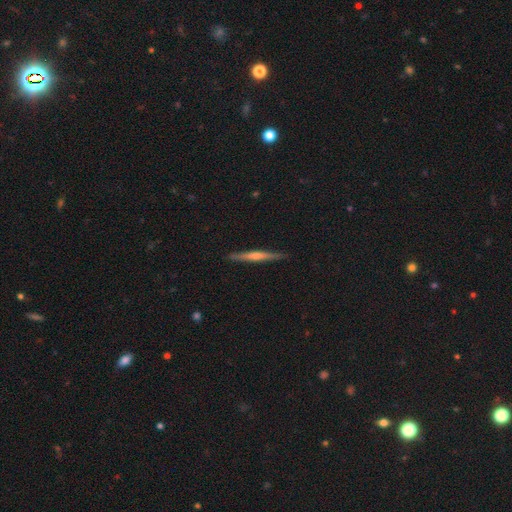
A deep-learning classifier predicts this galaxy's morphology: A featured or disk galaxy (71%) viewed edge-on (98%) with a rounded central bulge (69%).

Vote fractions:
- Smooth or featured? featured or disk: 71% / smooth: 23% / star or artifact: 7%
- Edge-on disk? yes: 98% / no: 2%
- Edge-on bulge? rounded: 69% / none: 21% / boxy: 9%
- Merging? none: 91% / minor disturbance: 6% / major disturbance: 1% / merger: 1%